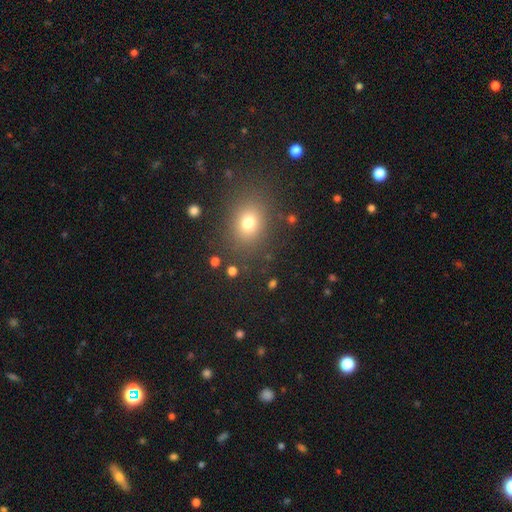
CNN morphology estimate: This is likely a smooth galaxy (61%). How rounded: likely round (60%). Merging: clearly none (87%).